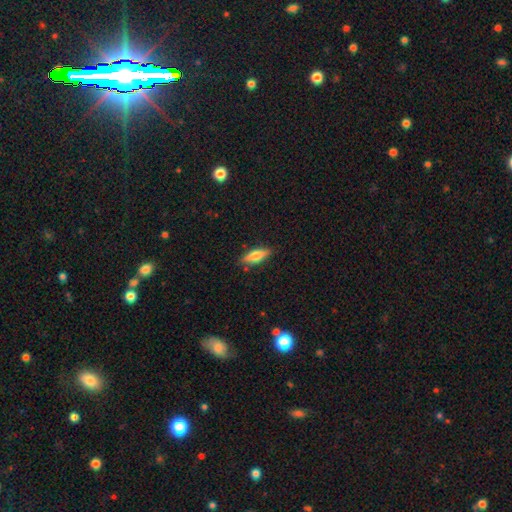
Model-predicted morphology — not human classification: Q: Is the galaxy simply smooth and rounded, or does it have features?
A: smooth — 63%.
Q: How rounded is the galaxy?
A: in between — 52%.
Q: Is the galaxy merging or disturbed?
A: none — 84%.